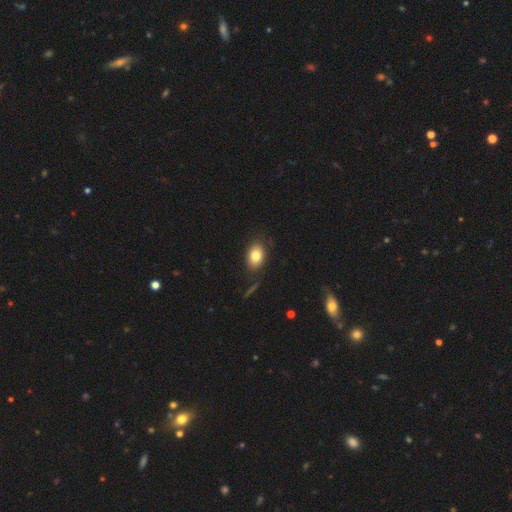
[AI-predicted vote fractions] A smooth galaxy with no disk features (80%) that is in between round and cigar-shaped (78%). Merging: none (80%).